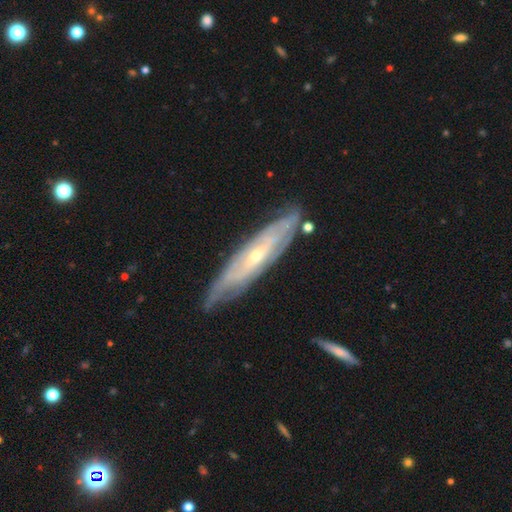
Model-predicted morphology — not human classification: Smooth or featured: featured or disk — 81% (smooth — 13%)
Edge-on disk: no — 63% (yes — 37%)
Bar: no — 47% (weak — 37%)
Spiral arms: yes — 85% (no — 15%)
Bulge size: small — 59% (moderate — 37%)
Merging: none — 77% (minor disturbance — 17%)